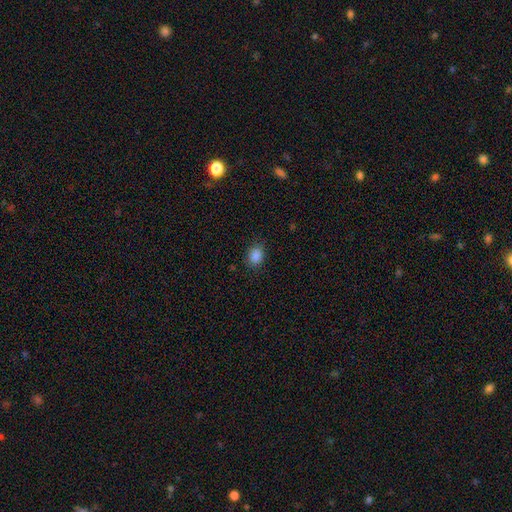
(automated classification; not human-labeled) smooth 87%, star or artifact 10%, featured or disk 3%. Down the decision tree: how rounded — in between (54%); merging — none (83%).